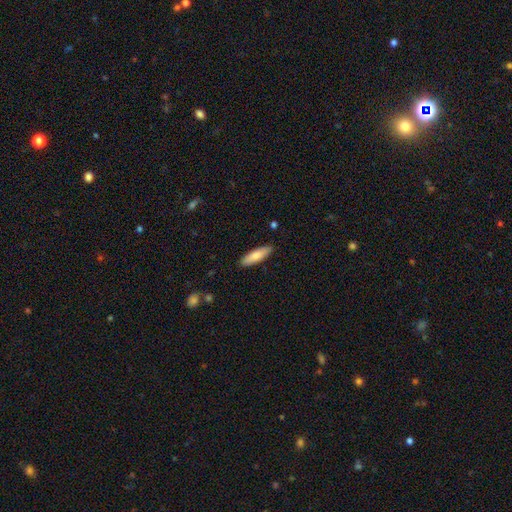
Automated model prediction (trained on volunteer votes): A smooth galaxy with no disk features (80%) that is cigar-shaped (61%).

Vote fractions:
- Smooth or featured? smooth: 80% / featured or disk: 14% / star or artifact: 5%
- How rounded? cigar-shaped: 61% / in between: 37% / round: 2%
- Merging? none: 88% / minor disturbance: 9% / major disturbance: 2% / merger: 1%